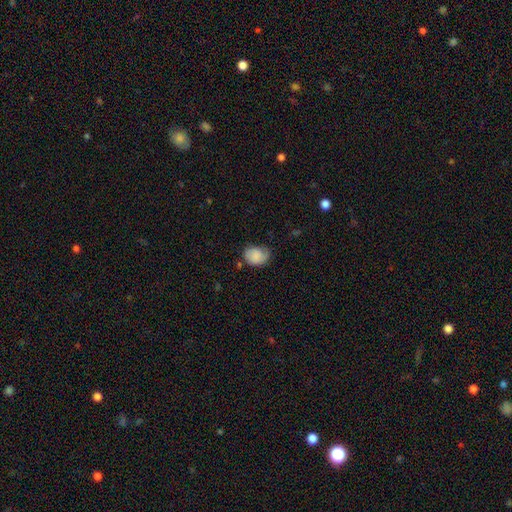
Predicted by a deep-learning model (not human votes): A smooth galaxy with no disk features (73%) that is in between round and cigar-shaped (54%). Merging: none (49%).